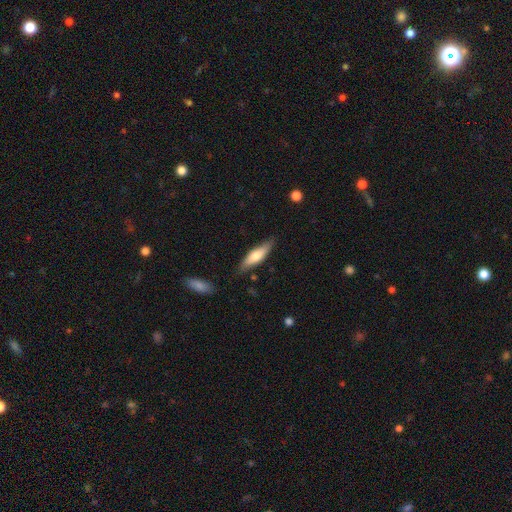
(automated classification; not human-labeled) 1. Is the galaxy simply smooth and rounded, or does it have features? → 62% smooth, 33% featured or disk, 6% star or artifact.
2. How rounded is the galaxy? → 58% cigar-shaped, 40% in between, 2% round.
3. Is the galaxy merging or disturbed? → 80% none, 15% minor disturbance, 3% major disturbance, 2% merger.